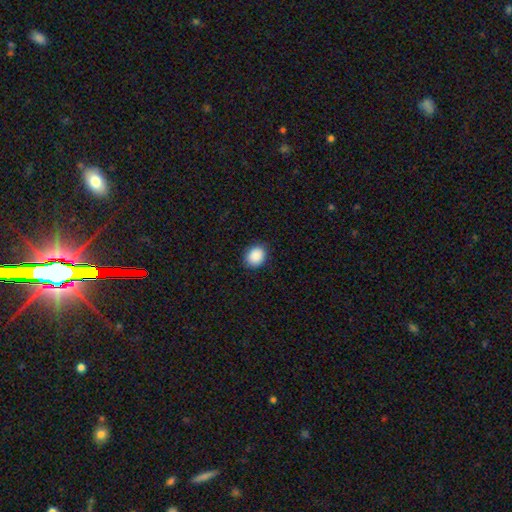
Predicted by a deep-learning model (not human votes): A smooth galaxy with no disk features (90%) that is round (58%).

Vote fractions:
- Smooth or featured? smooth: 90% / star or artifact: 8% / featured or disk: 3%
- How rounded? round: 58% / in between: 41% / cigar-shaped: 1%
- Merging? none: 89% / minor disturbance: 8% / major disturbance: 2% / merger: 1%